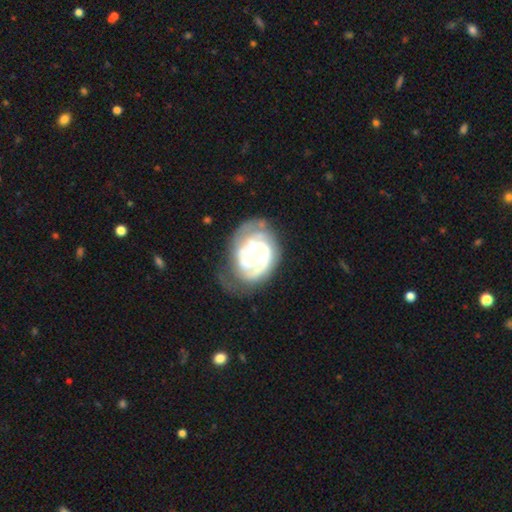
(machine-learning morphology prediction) featured or disk 87%, smooth 9%, star or artifact 4%. Down the decision tree: edge-on disk — no (98%); bar — no (70%); spiral arms — yes (93%); spiral arm count — 2 (45%); spiral winding — tight (72%); bulge size — moderate (69%); merging — none (59%).